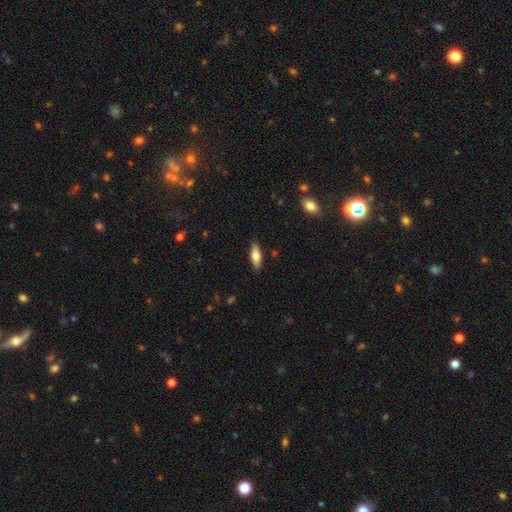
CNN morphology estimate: Smooth or featured? Predicted: smooth (p=0.68). How rounded? Predicted: in between (p=0.65). Merging? Predicted: none (p=0.87).